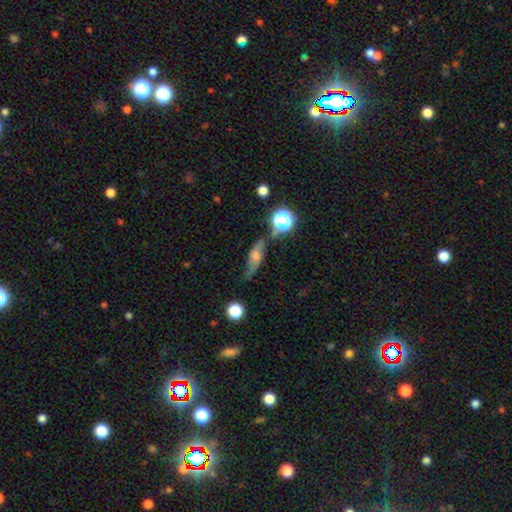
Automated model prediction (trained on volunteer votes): Smooth or featured? featured or disk (59%)
Edge-on disk? no (64%)
Merging? none (62%)